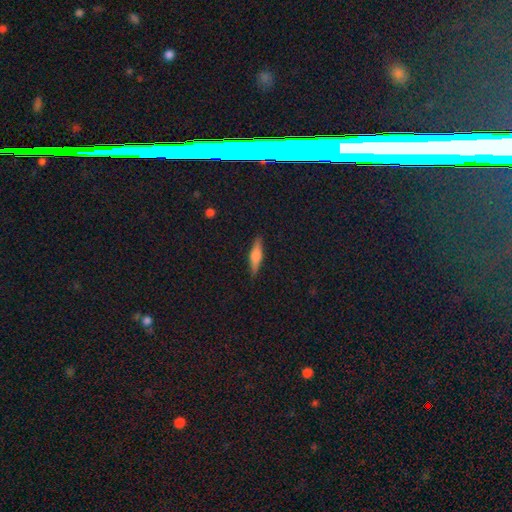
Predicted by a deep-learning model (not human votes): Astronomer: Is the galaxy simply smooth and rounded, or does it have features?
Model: smooth — 53% (runner-up: featured or disk, 39%).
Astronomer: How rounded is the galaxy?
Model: cigar-shaped — 70%.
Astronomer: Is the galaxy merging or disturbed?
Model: none — 88%.